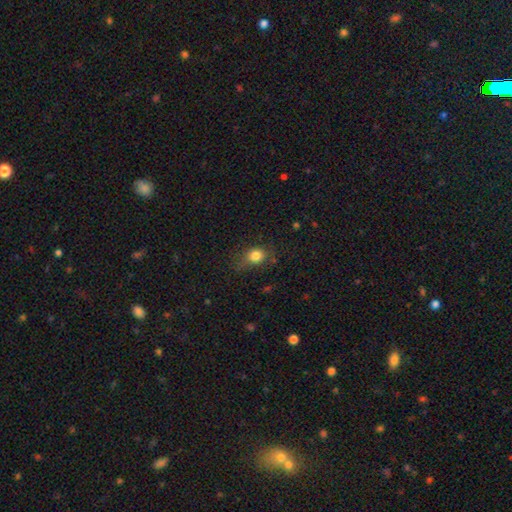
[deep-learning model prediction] Smooth or featured? Predicted: smooth (p=0.81). How rounded? Predicted: round (p=0.56). Merging? Predicted: none (p=0.65).